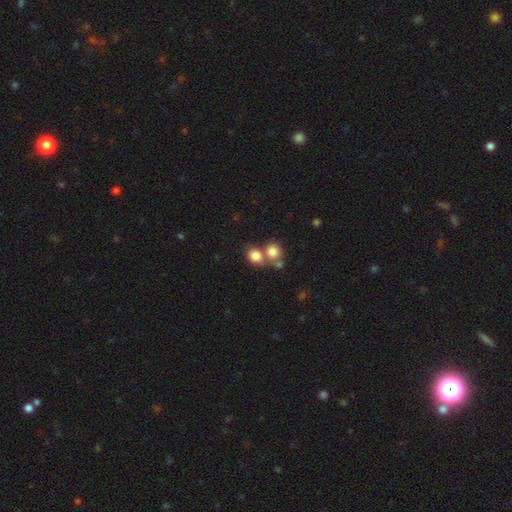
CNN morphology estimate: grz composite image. It shows a smooth galaxy with no disk features (81%) that is round (70%). Merging: merger (45%).